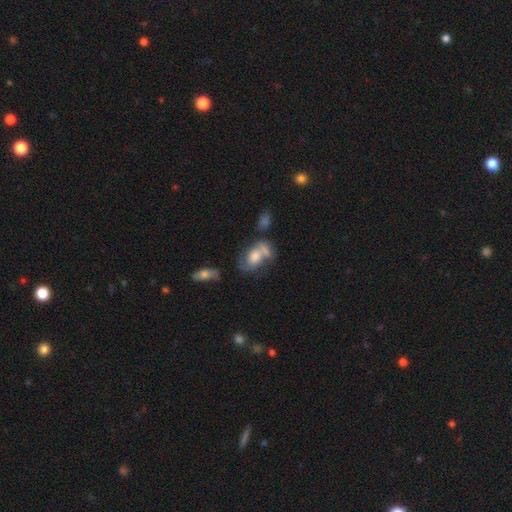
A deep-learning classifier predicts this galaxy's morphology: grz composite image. It shows a featured or disk galaxy (49%). Merging: merger (33%).